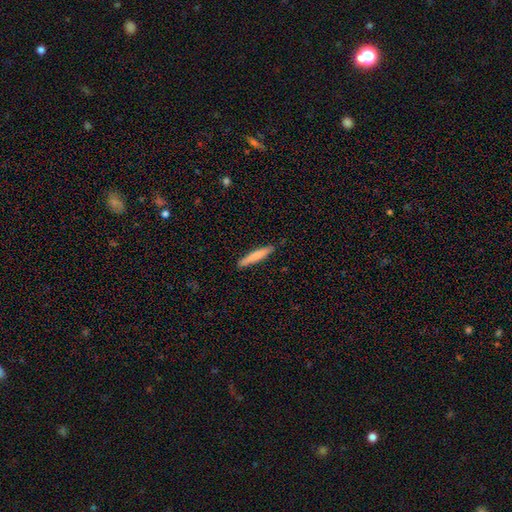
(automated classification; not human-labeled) Smooth or featured: smooth — 77% (featured or disk — 17%)
How rounded: cigar-shaped — 94% (in between — 5%)
Merging: none — 89% (minor disturbance — 8%)